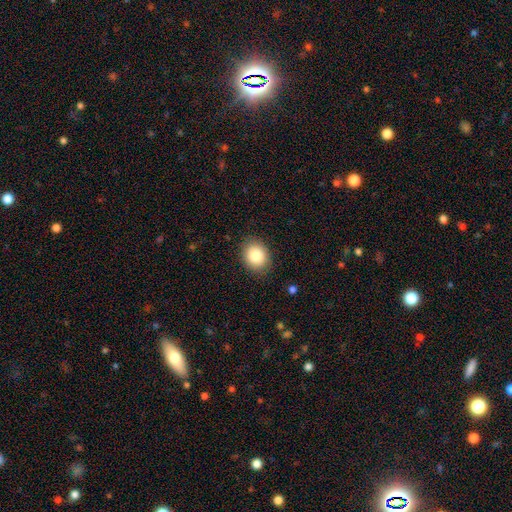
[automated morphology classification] The model was most divided on "how rounded": round: 59%, in between: 40%, cigar-shaped: 1%. More confident: merging — none (86%); smooth or featured — smooth (82%).